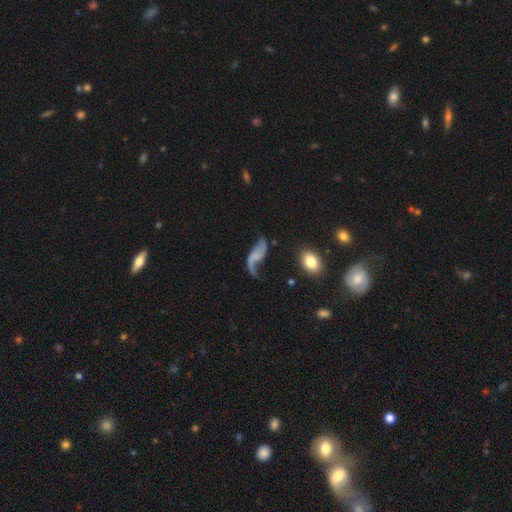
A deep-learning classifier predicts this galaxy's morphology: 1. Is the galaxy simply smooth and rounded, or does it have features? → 74% featured or disk, 19% smooth, 8% star or artifact.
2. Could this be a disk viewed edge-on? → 95% no, 5% yes.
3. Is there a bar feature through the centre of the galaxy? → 62% no, 28% weak, 10% strong.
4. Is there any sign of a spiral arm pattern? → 90% yes, 10% no.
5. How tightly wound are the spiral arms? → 92% loose, 6% medium, 2% tight.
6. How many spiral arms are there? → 80% 2, 15% 1, 2% can't tell, 1% 3, 1% 4, 1% more than 4.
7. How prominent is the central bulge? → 62% none, 25% small, 8% moderate, 3% large, 2% dominant.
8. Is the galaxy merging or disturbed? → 48% none, 24% major disturbance, 22% minor disturbance, 6% merger.